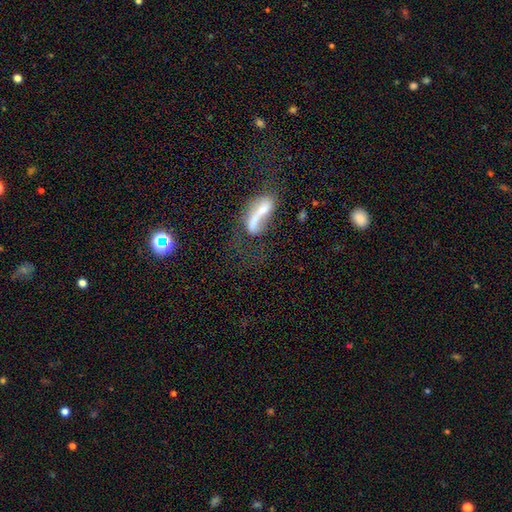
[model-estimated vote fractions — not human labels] Overall: smooth (39%; featured or disk 38%). Merging: merger (43%; none 26%).